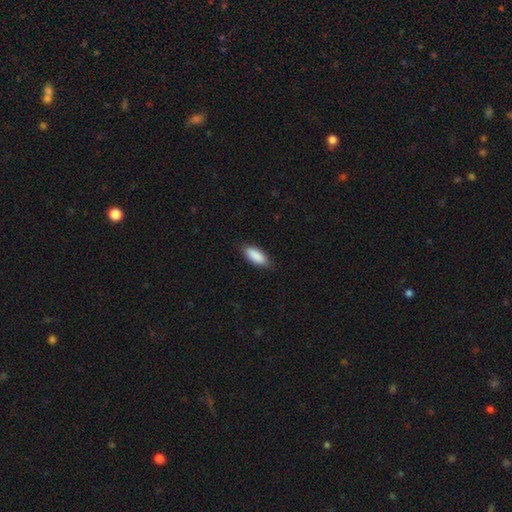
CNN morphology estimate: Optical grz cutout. It shows a smooth galaxy with no disk features (90%) that is in between round and cigar-shaped (78%). Merging: none (84%).